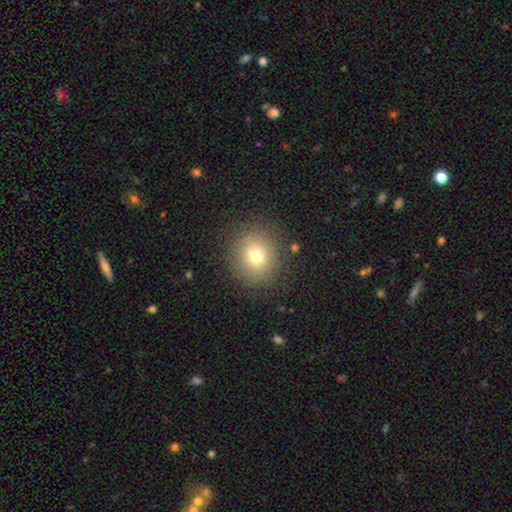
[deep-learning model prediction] Morphology: type=smooth (73%); roundness=round (88%); merging=none (87%).